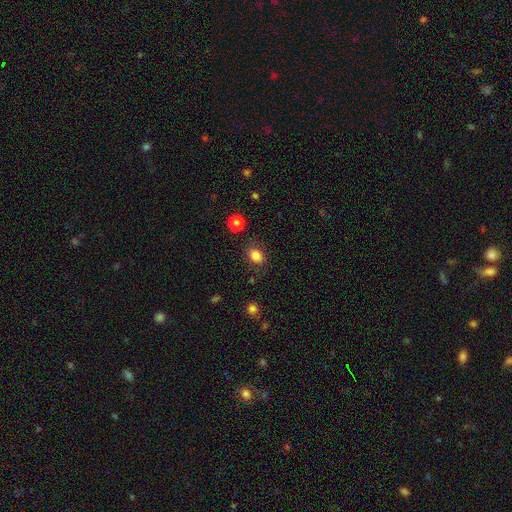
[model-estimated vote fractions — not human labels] Smooth or featured?
  - smooth: 85% *
  - star or artifact: 10%
  - featured or disk: 5%
How rounded?
  - in between: 61% *
  - round: 38%
  - cigar-shaped: 1%
Merging?
  - none: 81% *
  - minor disturbance: 12%
  - major disturbance: 4%
  - merger: 3%